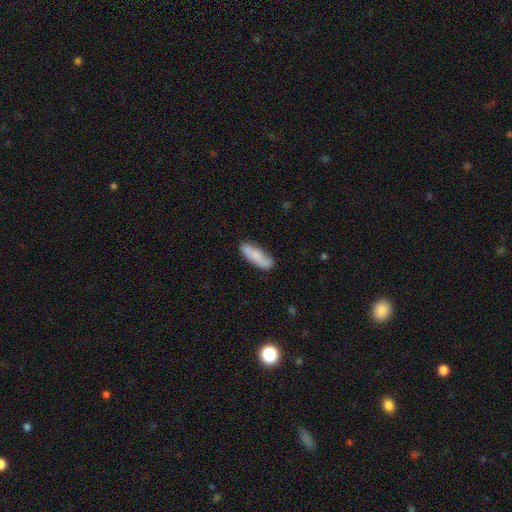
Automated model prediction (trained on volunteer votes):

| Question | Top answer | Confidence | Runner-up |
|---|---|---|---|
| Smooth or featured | smooth | 67% | featured or disk (27%) |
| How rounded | in between | 53% | cigar-shaped (45%) |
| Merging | none | 72% | minor disturbance (20%) |